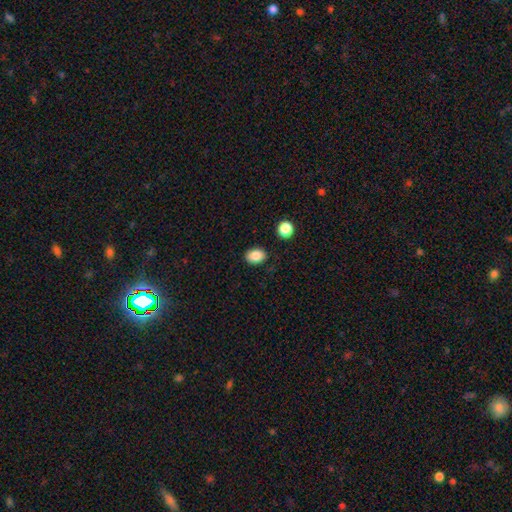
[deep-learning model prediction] Smooth or featured? Predicted: smooth (p=0.87). How rounded? Predicted: in between (p=0.72). Merging? Predicted: none (p=0.87).